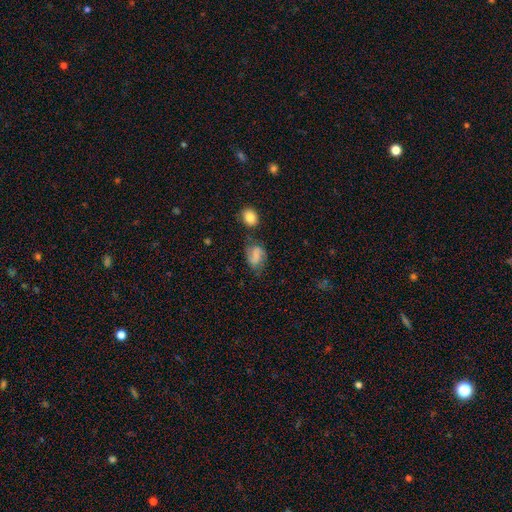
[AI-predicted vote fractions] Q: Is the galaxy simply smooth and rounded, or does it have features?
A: smooth — 46%.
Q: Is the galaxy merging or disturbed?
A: none — 57%.